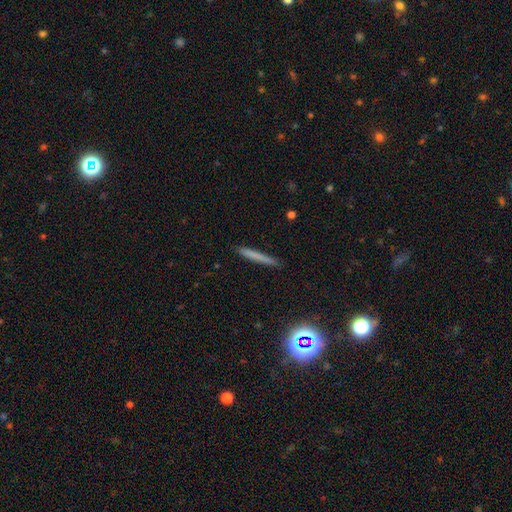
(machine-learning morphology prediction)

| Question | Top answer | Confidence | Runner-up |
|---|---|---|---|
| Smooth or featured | smooth | 68% | featured or disk (22%) |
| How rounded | cigar-shaped | 96% | in between (2%) |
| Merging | none | 89% | minor disturbance (8%) |